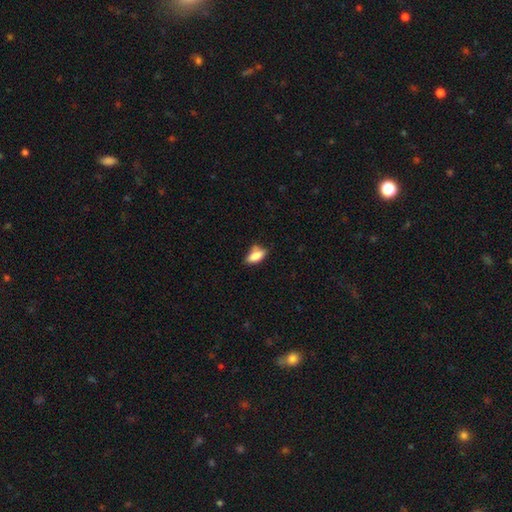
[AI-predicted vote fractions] smooth_or_featured: smooth (p=0.82) [alt: featured or disk p=0.10]
how_rounded: in between (p=0.87) [alt: cigar-shaped p=0.09]
merging: none (p=0.53) [alt: minor disturbance p=0.32]